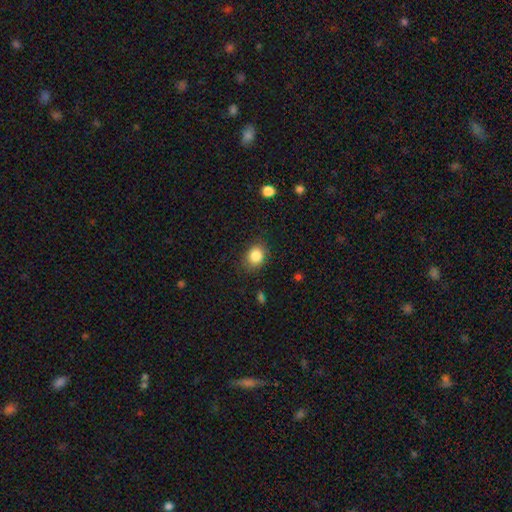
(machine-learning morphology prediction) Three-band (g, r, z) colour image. It shows a smooth galaxy with no disk features (86%) that is round (56%). Merging: none (80%).